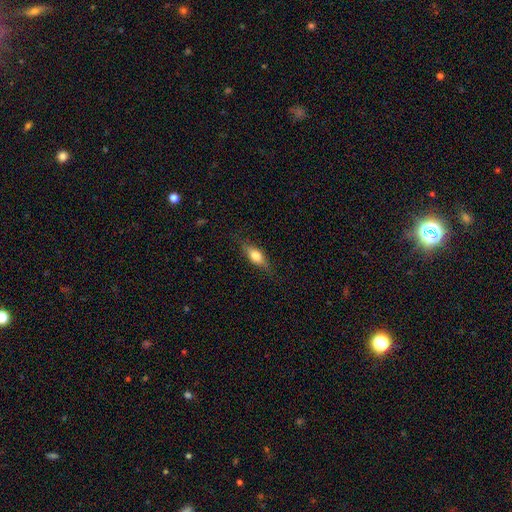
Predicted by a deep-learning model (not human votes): smooth-or-featured: smooth: 67% | featured or disk: 26% | star or artifact: 7%
  how-rounded: in between: 68% | cigar-shaped: 27% | round: 4%
  merging: none: 79% | minor disturbance: 16% | major disturbance: 4% | merger: 1%